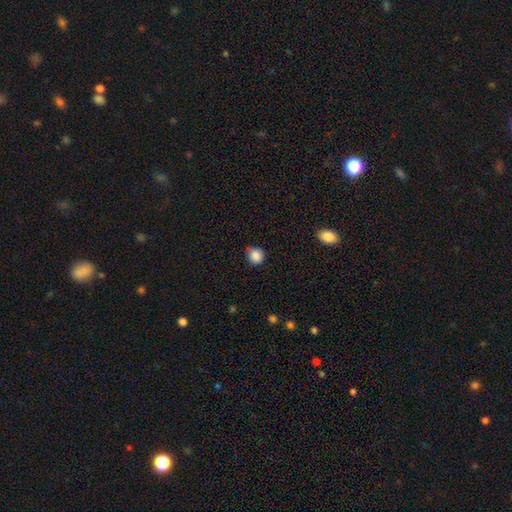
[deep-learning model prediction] Q: Smooth or featured?
A: smooth (86%); runner-up: star or artifact (10%)
Q: How rounded?
A: round (86%); runner-up: in between (13%)
Q: Merging?
A: none (67%); runner-up: minor disturbance (27%)